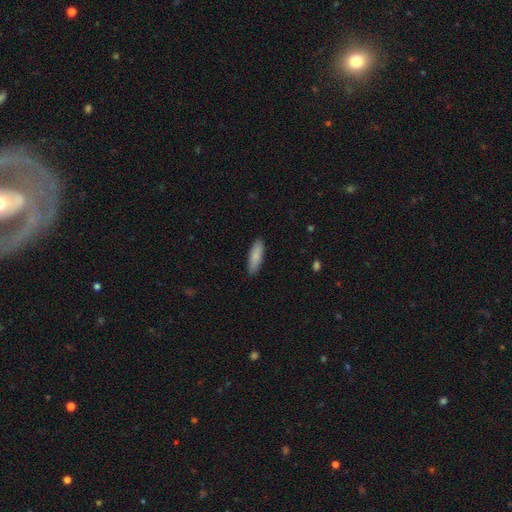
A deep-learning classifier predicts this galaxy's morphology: smooth 87%, featured or disk 7%, star or artifact 5%. Down the decision tree: how rounded — cigar-shaped (50%); merging — none (88%).